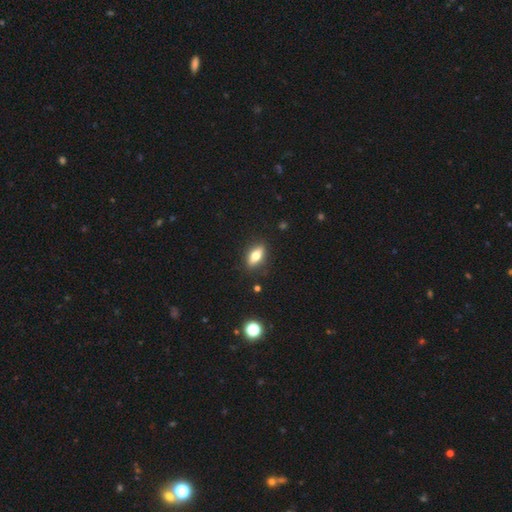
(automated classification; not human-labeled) Smooth or featured?
  - smooth: 63% *
  - featured or disk: 29%
  - star or artifact: 8%
How rounded?
  - in between: 73% *
  - cigar-shaped: 21%
  - round: 6%
Merging?
  - none: 86% *
  - minor disturbance: 10%
  - major disturbance: 2%
  - merger: 1%